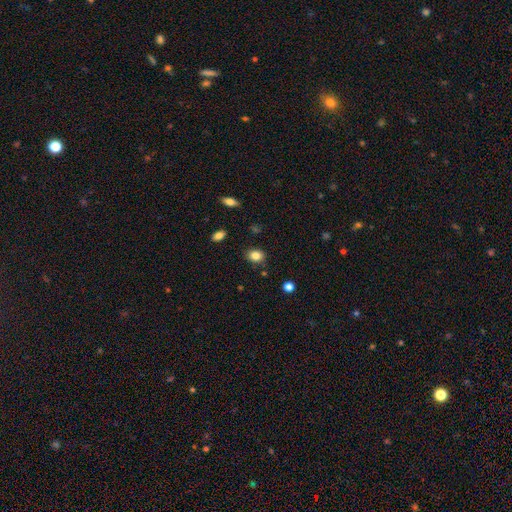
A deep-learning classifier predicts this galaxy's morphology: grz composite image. It shows a smooth galaxy with no disk features (84%) that is in between round and cigar-shaped (53%). Merging: none (85%).